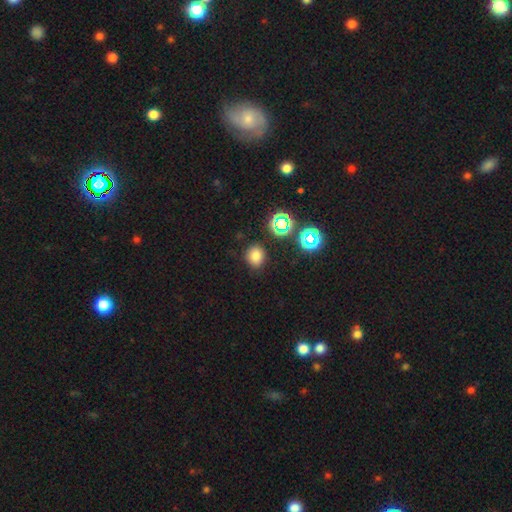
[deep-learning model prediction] Q: Smooth or featured?
A: smooth (75%); runner-up: star or artifact (19%)
Q: How rounded?
A: round (68%); runner-up: in between (31%)
Q: Merging?
A: none (84%); runner-up: minor disturbance (11%)